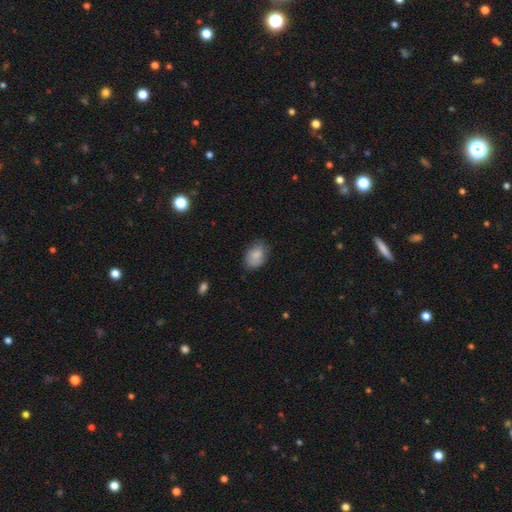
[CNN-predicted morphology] Smooth or featured? smooth (84%)
How rounded? in between (82%)
Merging? none (73%)